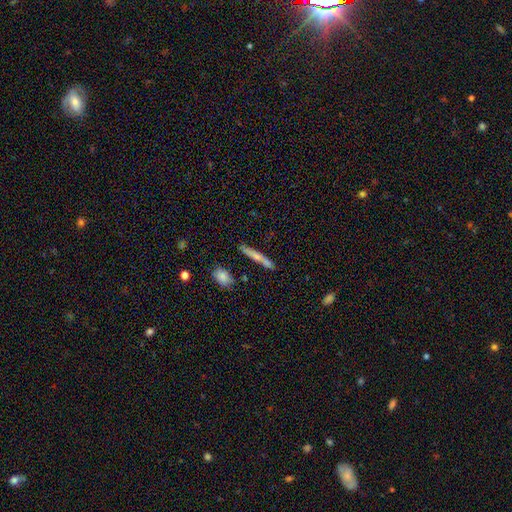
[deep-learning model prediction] The model was most divided on "smooth or featured": smooth: 63%, featured or disk: 30%, star or artifact: 7%. More confident: how rounded — cigar-shaped (91%); merging — none (76%).